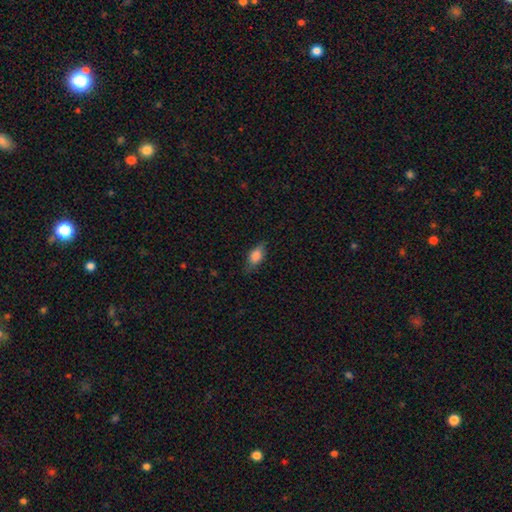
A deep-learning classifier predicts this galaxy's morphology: type=smooth (81%); roundness=in between (85%); merging=none (71%).